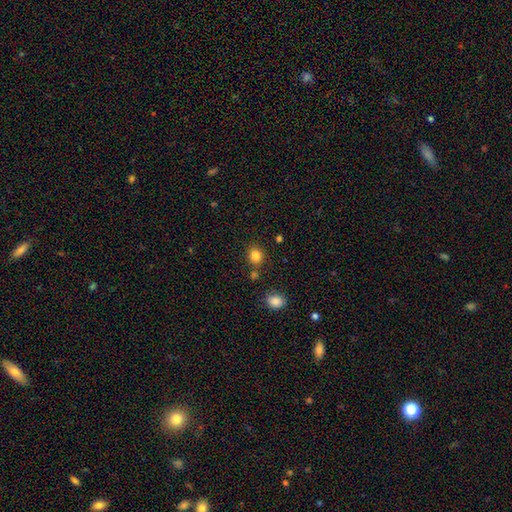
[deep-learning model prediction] A smooth galaxy with no disk features (83%) that is round (72%). Merging: none (78%).